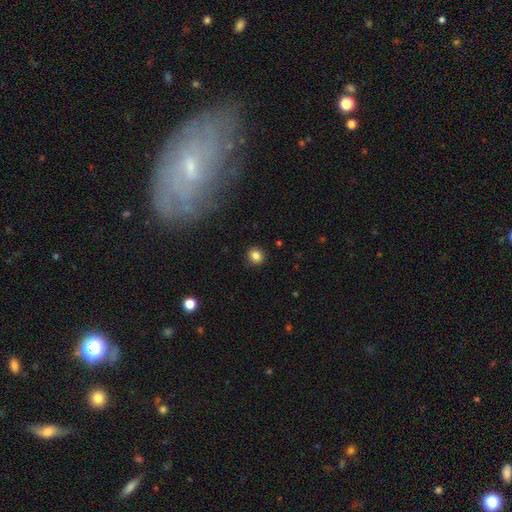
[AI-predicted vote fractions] Overall: smooth (85%). How rounded: round (74%). Merging: none (90%).